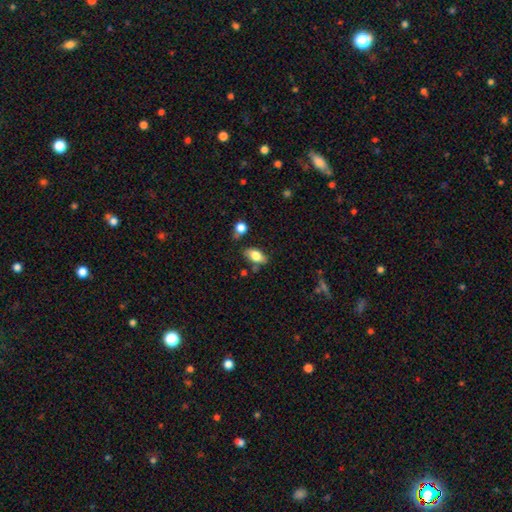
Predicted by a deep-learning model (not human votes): Smooth or featured? smooth (76%)
How rounded? in between (90%)
Merging? none (73%)